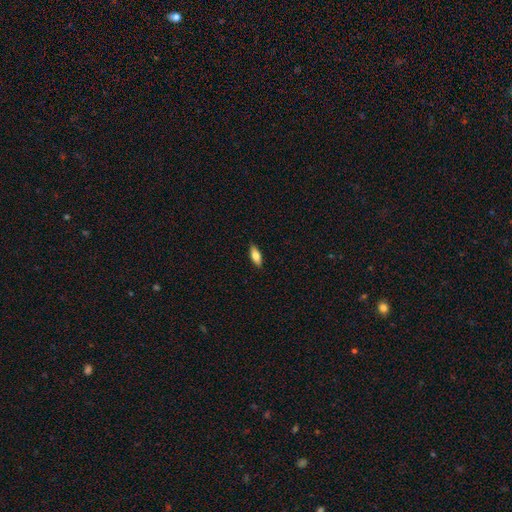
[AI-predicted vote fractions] smooth 71%, featured or disk 22%, star or artifact 6%. Down the decision tree: how rounded — in between (74%); merging — none (88%).